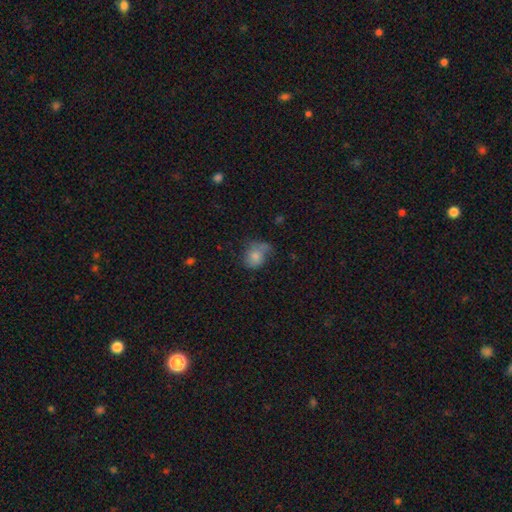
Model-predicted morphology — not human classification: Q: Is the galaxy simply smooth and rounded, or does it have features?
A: smooth — 70%.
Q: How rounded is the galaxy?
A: in between — 51%.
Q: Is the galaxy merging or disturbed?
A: none — 40%.